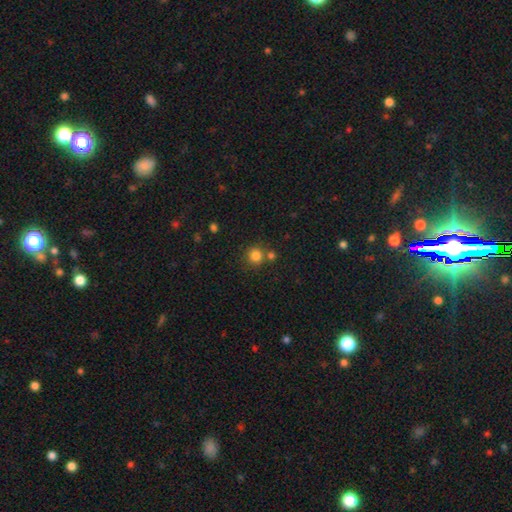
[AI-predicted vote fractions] A smooth galaxy with no disk features (82%) that is round (91%).

Vote fractions:
- Smooth or featured? smooth: 82% / star or artifact: 13% / featured or disk: 6%
- How rounded? round: 91% / in between: 8% / cigar-shaped: 1%
- Merging? none: 72% / merger: 17% / minor disturbance: 8% / major disturbance: 3%